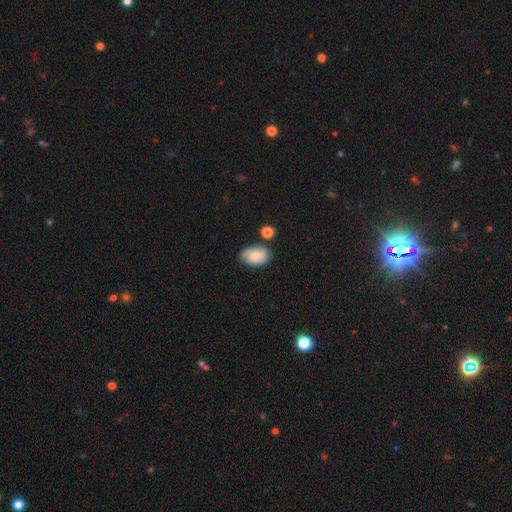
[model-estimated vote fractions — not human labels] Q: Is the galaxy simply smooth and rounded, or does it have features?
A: smooth — 64%.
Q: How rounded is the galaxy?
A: in between — 88%.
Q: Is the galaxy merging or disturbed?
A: none — 69%.